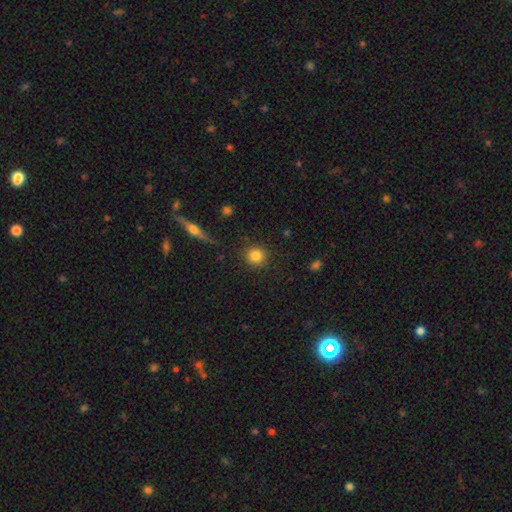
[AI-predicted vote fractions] smooth-or-featured: smooth: 84% | star or artifact: 10% | featured or disk: 6%
  how-rounded: round: 92% | in between: 7% | cigar-shaped: 1%
  merging: none: 89% | minor disturbance: 7% | major disturbance: 3% | merger: 2%